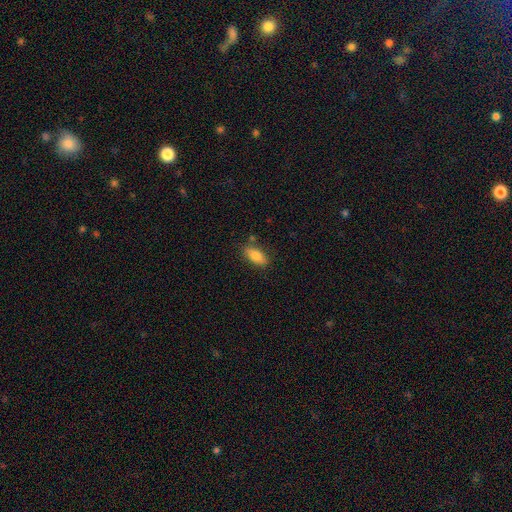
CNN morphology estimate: Q: Smooth or featured?
A: smooth (82%); runner-up: featured or disk (11%)
Q: How rounded?
A: in between (87%); runner-up: cigar-shaped (10%)
Q: Merging?
A: none (80%); runner-up: minor disturbance (13%)